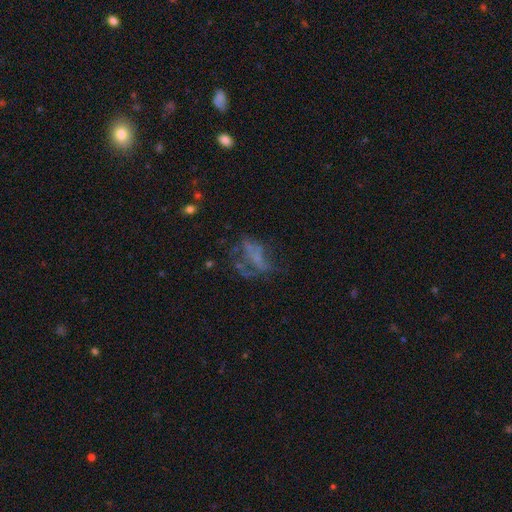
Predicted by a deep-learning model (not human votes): This is possibly a featured or disk galaxy (54%). It is clearly not viewed edge-on (96%). Bar: clearly no (84%). Spiral arm pattern: clearly no (81%). Central bulge: likely none (77%). Merging: marginally major disturbance (39%).